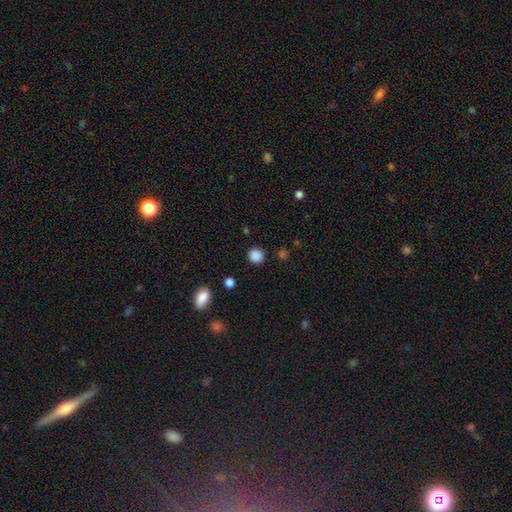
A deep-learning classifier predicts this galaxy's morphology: This appears to be a smooth galaxy with no disk features (86%) that is round (85%). Merging: none (87%).